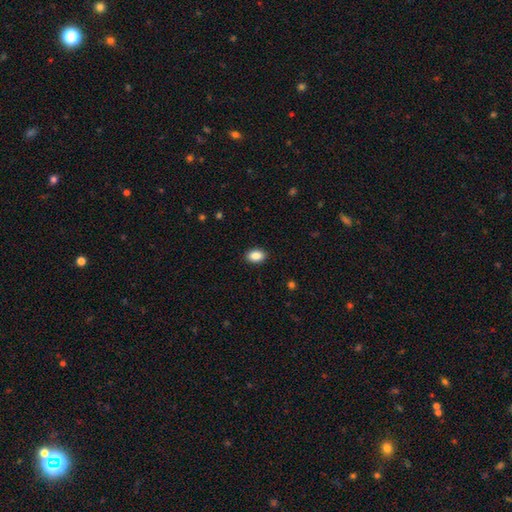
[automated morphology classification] Smooth or featured? smooth (88%)
How rounded? in between (85%)
Merging? none (90%)